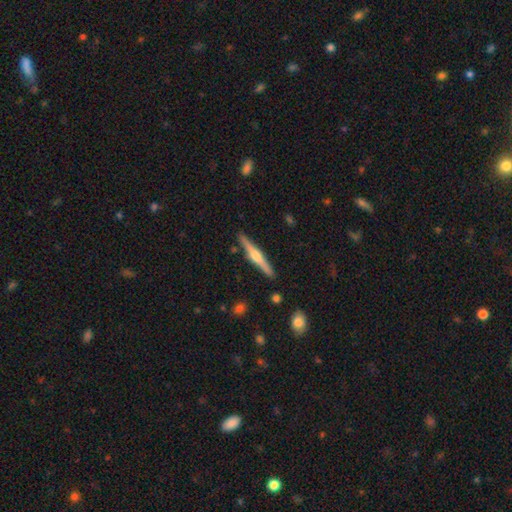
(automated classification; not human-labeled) Smooth or featured?
  - featured or disk: 70% *
  - smooth: 24%
  - star or artifact: 5%
Edge-on disk?
  - yes: 98% *
  - no: 2%
Edge-on bulge?
  - rounded: 87% *
  - boxy: 8%
  - none: 5%
Merging?
  - none: 90% *
  - minor disturbance: 7%
  - merger: 2%
  - major disturbance: 2%